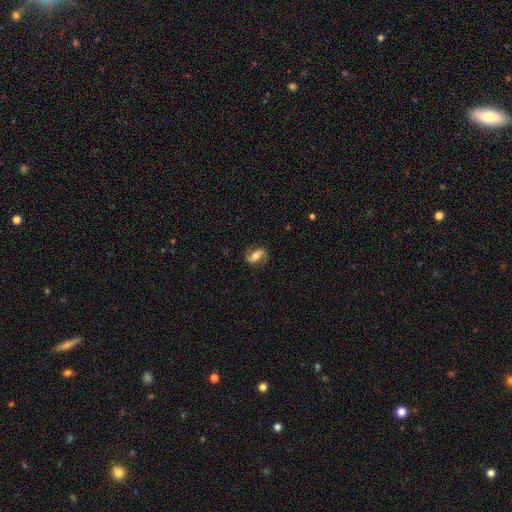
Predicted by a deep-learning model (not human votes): The model was most divided on "bar": strong: 37%, no: 32%, weak: 31%. Remaining: edge-on disk — no (92%); spiral arms — yes (86%); merging — none (79%); smooth or featured — featured or disk (57%); bulge size — moderate (49%).